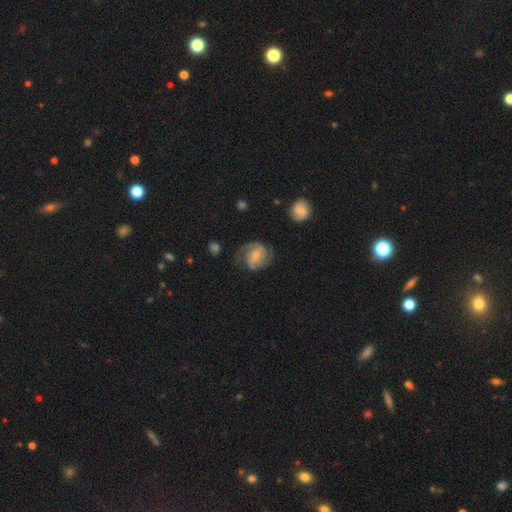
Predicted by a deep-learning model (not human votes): This is likely a featured or disk galaxy (77%). It is clearly not viewed edge-on (97%). Bar: possibly weak (50%). Spiral arm pattern: clearly yes (94%). Spiral arm count: likely 2 (67%). Spiral winding: marginally medium (44%). Central bulge: possibly small (50%). Merging: likely none (64%).